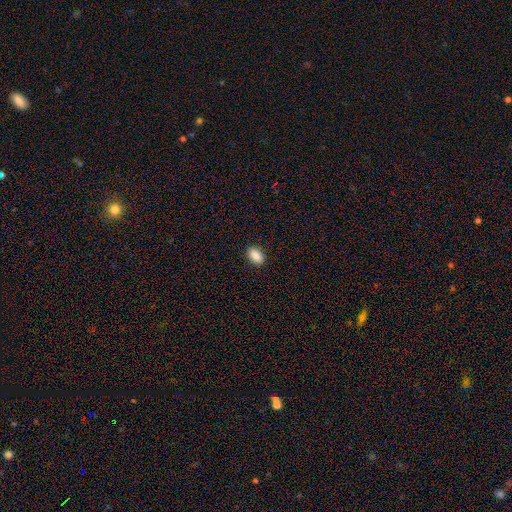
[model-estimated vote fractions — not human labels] Smooth or featured: smooth — 87% (star or artifact — 8%)
How rounded: in between — 89% (round — 8%)
Merging: none — 90% (minor disturbance — 7%)